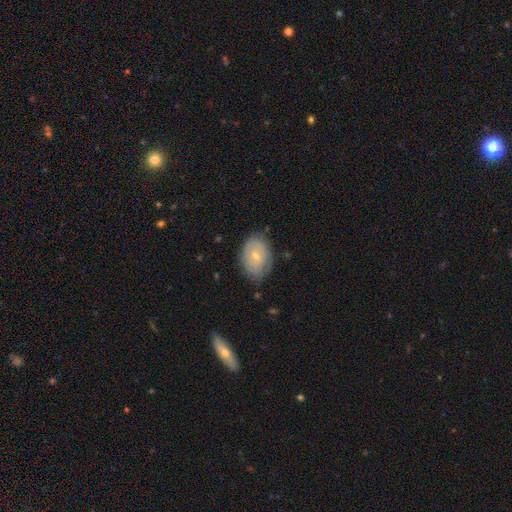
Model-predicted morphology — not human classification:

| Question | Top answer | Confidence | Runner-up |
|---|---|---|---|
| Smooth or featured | smooth | 56% | featured or disk (38%) |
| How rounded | in between | 81% | round (18%) |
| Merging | none | 69% | minor disturbance (24%) |